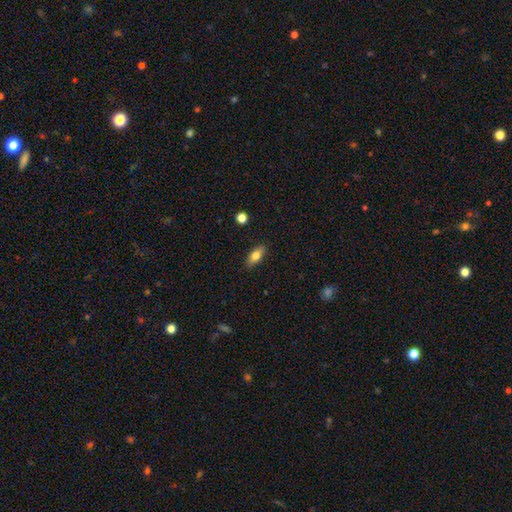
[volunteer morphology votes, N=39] Volunteers were most divided on "how rounded": in between: 71%, cigar-shaped: 29%, round: 0%. More confident: merging — none (86%); smooth or featured — smooth (79%).